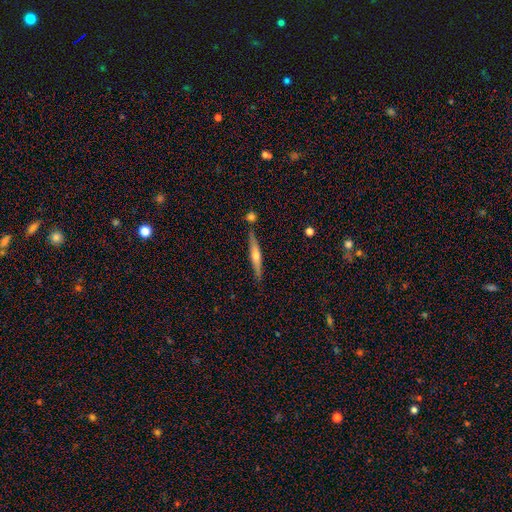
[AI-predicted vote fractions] Overall: featured or disk (63%; smooth 31%). Edge-on disk: yes (97%). Edge-on bulge: rounded (84%). Merging: none (83%).